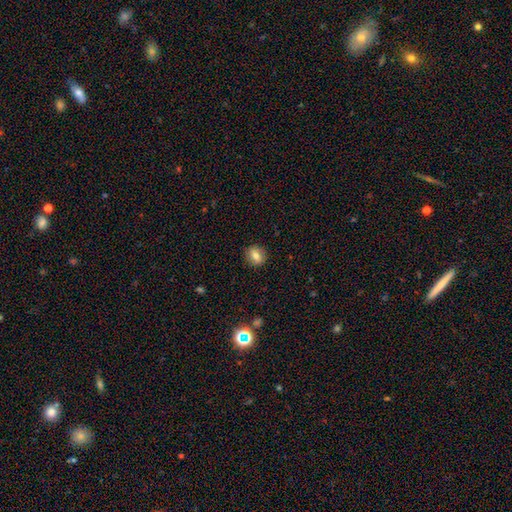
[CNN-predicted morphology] type=smooth (75%); roundness=round (72%); merging=none (88%).